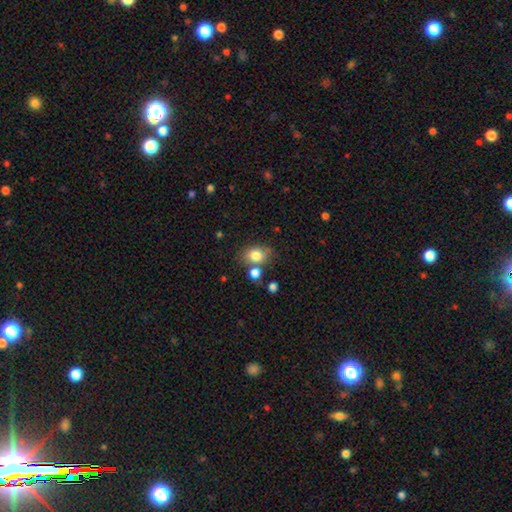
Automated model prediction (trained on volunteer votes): Smooth or featured? Predicted: smooth (p=0.81). How rounded? Predicted: in between (p=0.60). Merging? Predicted: none (p=0.64).